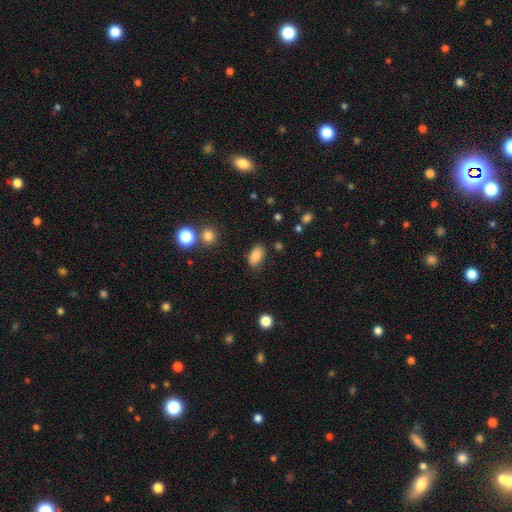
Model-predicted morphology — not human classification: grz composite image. It shows a smooth galaxy with no disk features (87%) that is in between round and cigar-shaped (91%). Merging: none (84%).